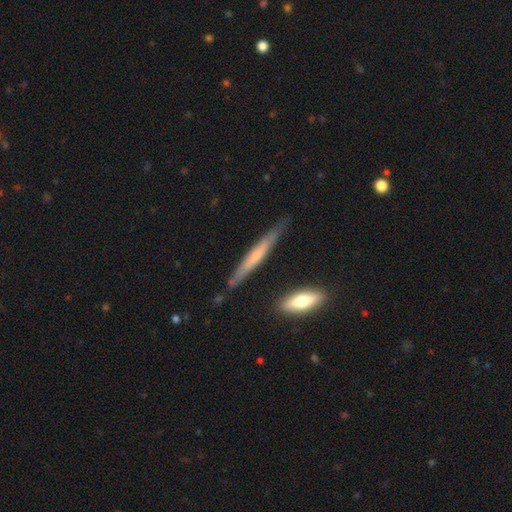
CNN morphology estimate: The model was most divided on "smooth or featured": featured or disk: 51%, smooth: 43%, star or artifact: 6%. More confident: edge-on disk — yes (91%); merging — none (76%).